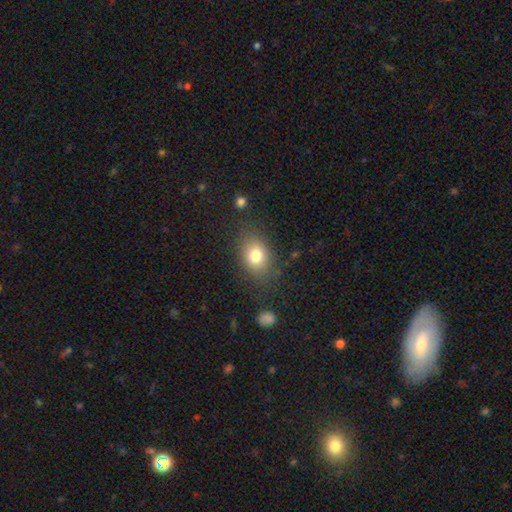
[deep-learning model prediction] A smooth galaxy with no disk features (78%) that is in between round and cigar-shaped (66%). Merging: none (79%).